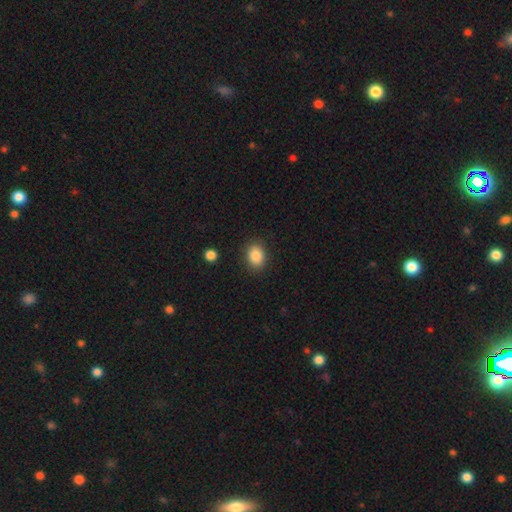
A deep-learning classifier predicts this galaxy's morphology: smooth-or-featured: smooth: 86% | star or artifact: 9% | featured or disk: 5%
  how-rounded: in between: 60% | round: 39% | cigar-shaped: 1%
  merging: none: 87% | minor disturbance: 9% | major disturbance: 3% | merger: 2%